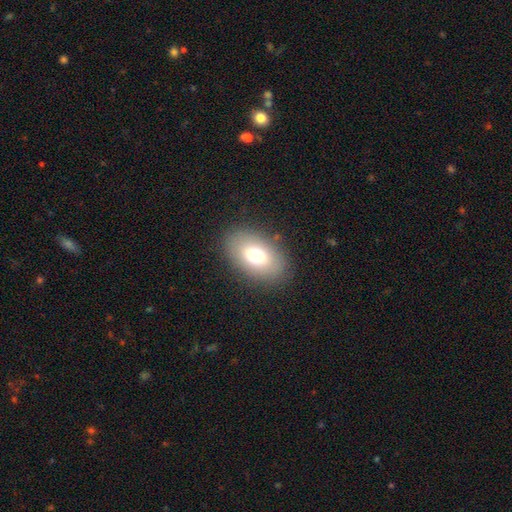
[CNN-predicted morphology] Smooth or featured? smooth (74%)
How rounded? in between (90%)
Merging? none (85%)